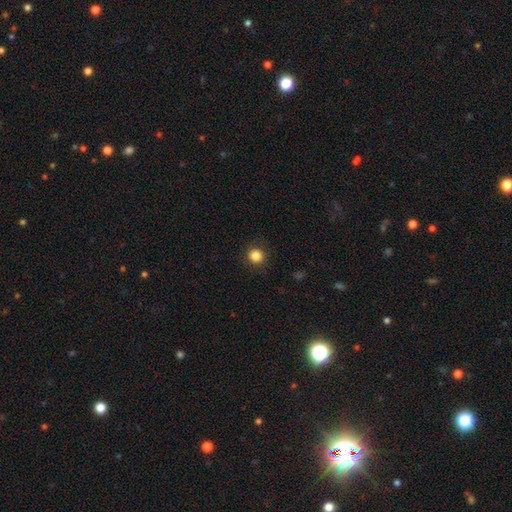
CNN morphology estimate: Smooth or featured?
  - smooth: 85% *
  - star or artifact: 11%
  - featured or disk: 4%
How rounded?
  - round: 93% *
  - in between: 6%
  - cigar-shaped: 1%
Merging?
  - none: 90% *
  - minor disturbance: 7%
  - major disturbance: 2%
  - merger: 1%